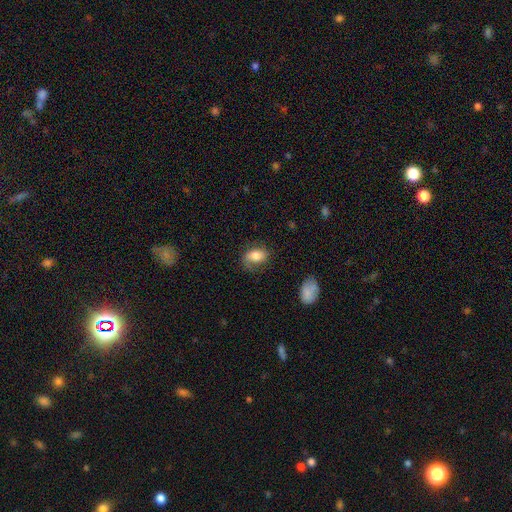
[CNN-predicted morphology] A smooth galaxy with no disk features (63%) that is in between round and cigar-shaped (82%).

Vote fractions:
- Smooth or featured? smooth: 63% / featured or disk: 28% / star or artifact: 8%
- How rounded? in between: 82% / round: 16% / cigar-shaped: 2%
- Merging? none: 57% / minor disturbance: 25% / major disturbance: 16% / merger: 2%